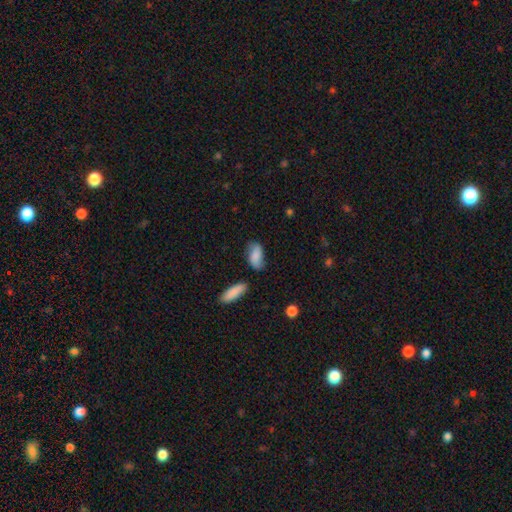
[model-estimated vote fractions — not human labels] A smooth galaxy with no disk features (76%) that is in between round and cigar-shaped (89%). Merging: none (67%).